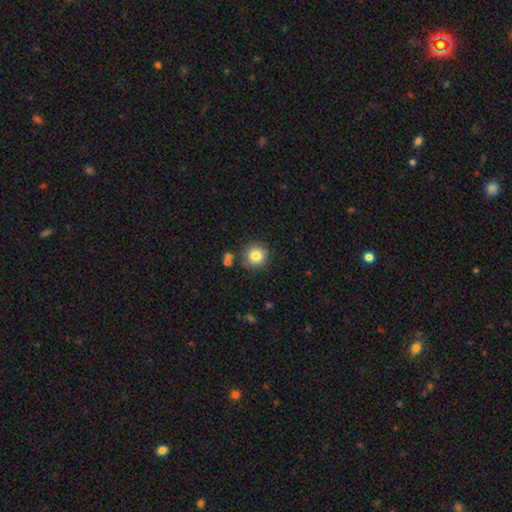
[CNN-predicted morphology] This appears to be a smooth galaxy with no disk features (82%) that is round (94%). Merging: none (84%).